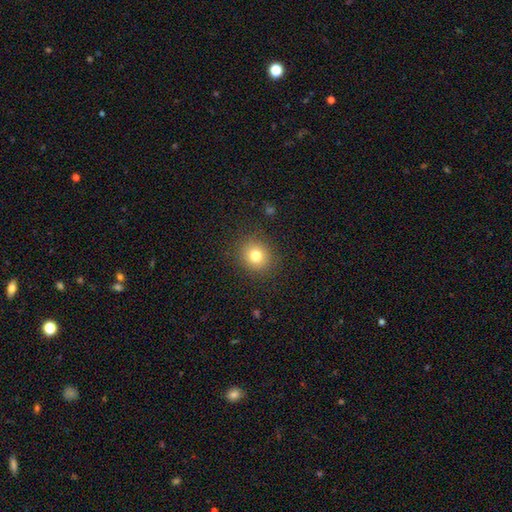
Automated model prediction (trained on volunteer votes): Smooth or featured? smooth (78%)
How rounded? round (86%)
Merging? none (88%)